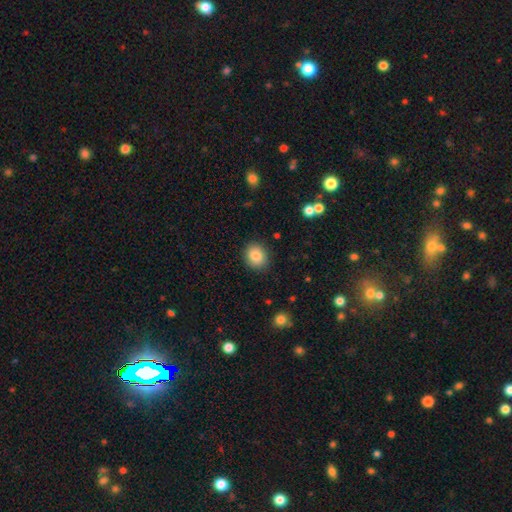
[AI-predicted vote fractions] This appears to be a smooth galaxy with no disk features (86%) that is round (72%). Merging: none (88%).